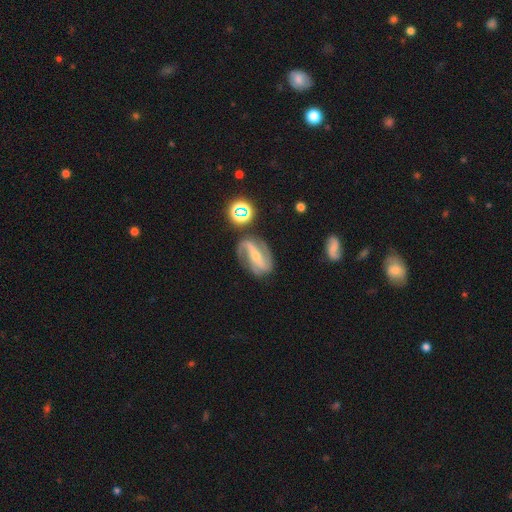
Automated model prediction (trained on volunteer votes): smooth-or-featured: featured or disk: 83% | smooth: 9% | star or artifact: 8%
  disk-edge-on: no: 94% | yes: 6%
    bar: strong: 62% | weak: 22% | no: 16%
    has-spiral-arms: yes: 93% | no: 7%
      spiral-winding: loose: 40% (tied) | medium: 40% (tied) | tight: 19%
      spiral-arm-count: 2: 78% | 3: 8% | can't tell: 6% | 1: 4% | 4: 2% | more than 4: 2%
    bulge-size: small: 63% | moderate: 32% | none: 3% | large: 2% | dominant: 1%
  merging: none: 68% | minor disturbance: 18% | major disturbance: 10% | merger: 4%